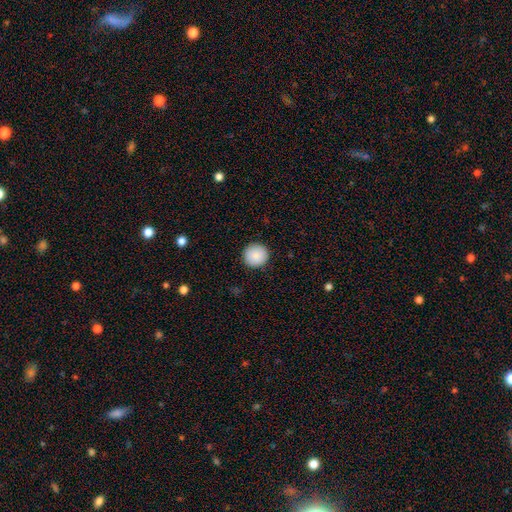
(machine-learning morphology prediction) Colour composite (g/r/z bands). It shows a smooth galaxy with no disk features (88%) that is round (94%). Merging: none (92%).